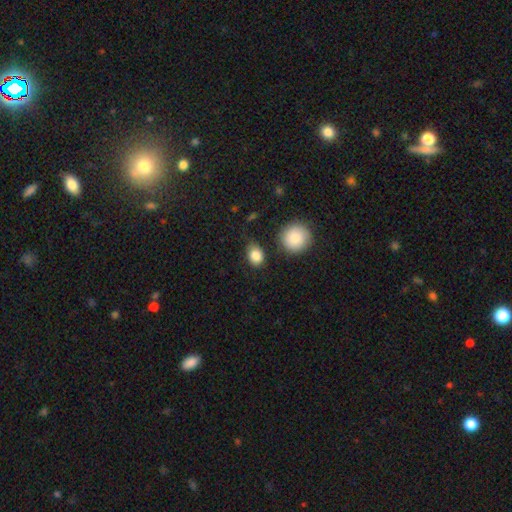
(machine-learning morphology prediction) A smooth galaxy with no disk features (86%) that is in between round and cigar-shaped (55%).

Vote fractions:
- Smooth or featured? smooth: 86% / star or artifact: 8% / featured or disk: 6%
- How rounded? in between: 55% / round: 44% / cigar-shaped: 1%
- Merging? none: 71% / minor disturbance: 19% / major disturbance: 5% / merger: 5%